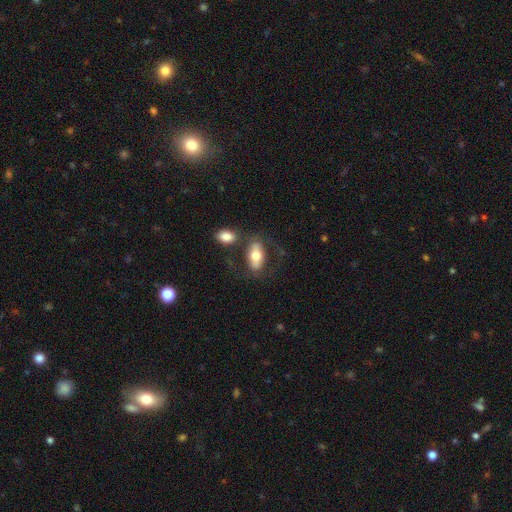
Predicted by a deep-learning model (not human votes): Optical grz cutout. It shows a smooth galaxy with no disk features (65%) that is in between round and cigar-shaped (87%). Merging: none (61%).